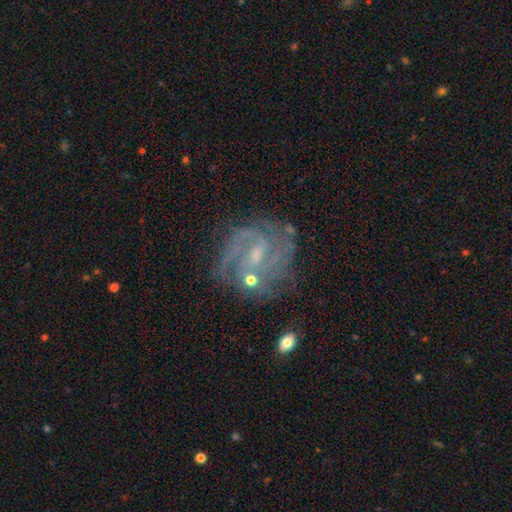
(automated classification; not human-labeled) smooth_or_featured: featured or disk (p=0.83) [alt: smooth p=0.09]
disk_edge_on: no (p=0.97) [alt: yes p=0.03]
bar: weak (p=0.57) [alt: no p=0.25]
has_spiral_arms: yes (p=0.93) [alt: no p=0.07]
spiral_winding: tight (p=0.52) [alt: medium p=0.39]
spiral_arm_count: can't tell (p=0.28) [alt: 2 p=0.26]
bulge_size: small (p=0.53) [alt: moderate p=0.30]
merging: none (p=0.66) [alt: minor disturbance p=0.18]